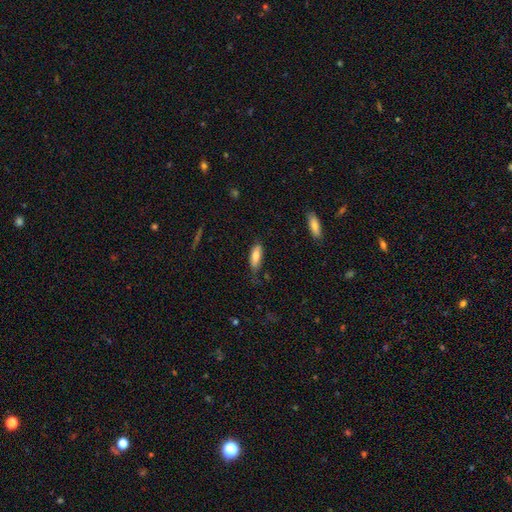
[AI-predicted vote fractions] This appears to be a smooth galaxy with no disk features (78%) that is in between round and cigar-shaped (64%). Merging: none (62%).